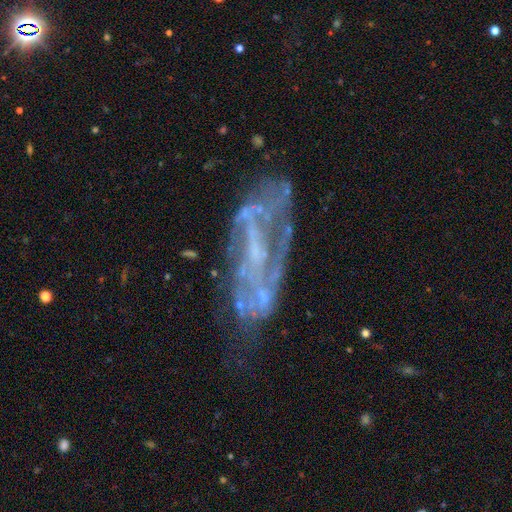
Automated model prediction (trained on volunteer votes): Smooth or featured: featured or disk — 77% (smooth — 12%)
Edge-on disk: no — 87% (yes — 13%)
Bar: no — 50% (weak — 32%)
Spiral arms: yes — 57% (no — 43%)
Bulge size: small — 43% (none — 41%)
Merging: none — 52% (minor disturbance — 23%)